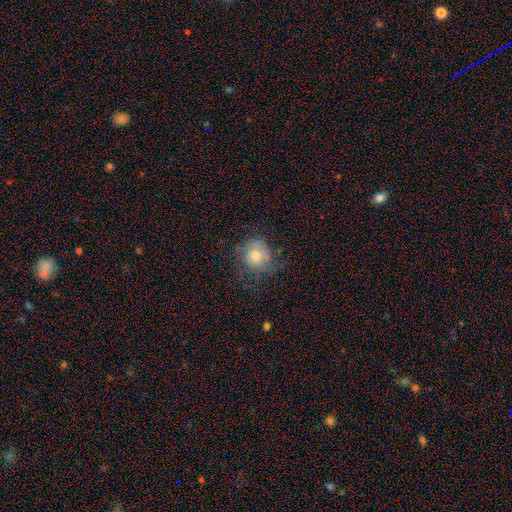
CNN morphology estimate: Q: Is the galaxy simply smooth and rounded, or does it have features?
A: smooth — 66%.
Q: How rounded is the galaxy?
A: round — 83%.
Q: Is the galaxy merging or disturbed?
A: none — 60%.